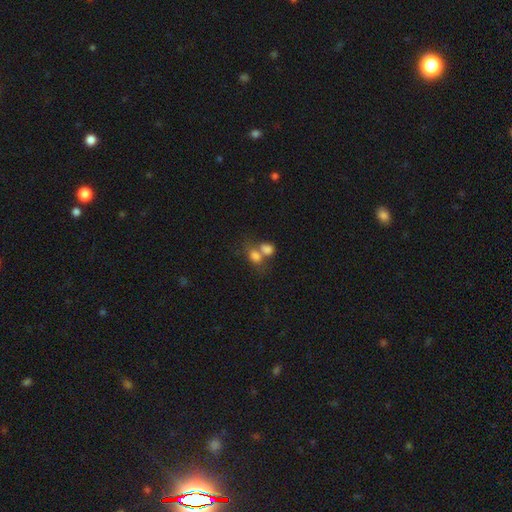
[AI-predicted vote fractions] smooth_or_featured: smooth (p=0.76) [alt: featured or disk p=0.13]
how_rounded: in between (p=0.69) [alt: round p=0.29]
merging: merger (p=0.61) [alt: none p=0.25]